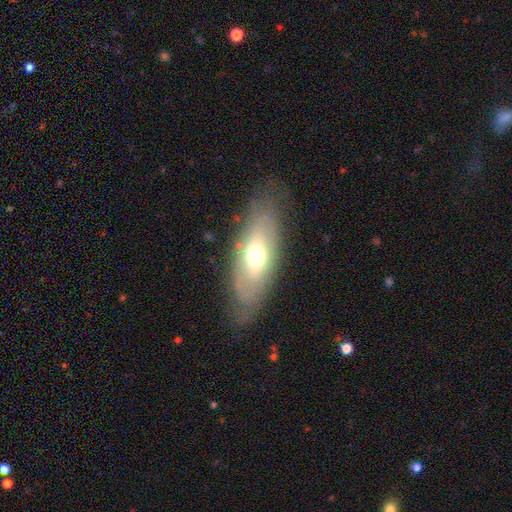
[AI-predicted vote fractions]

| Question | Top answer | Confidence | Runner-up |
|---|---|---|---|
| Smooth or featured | featured or disk | 49% | smooth (44%) |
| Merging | none | 73% | minor disturbance (18%) |